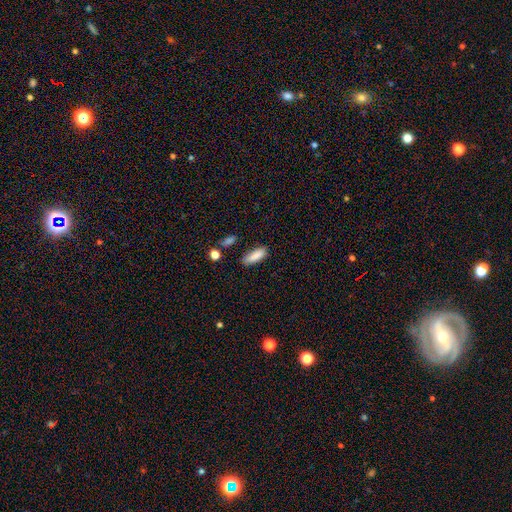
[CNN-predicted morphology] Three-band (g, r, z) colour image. It shows a smooth galaxy with no disk features (87%) that is in between round and cigar-shaped (63%). Merging: none (77%).